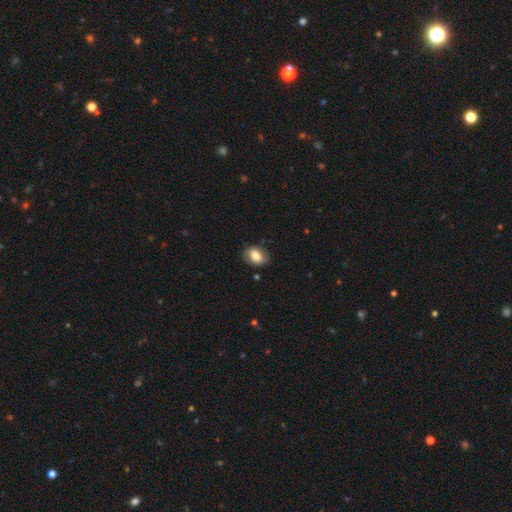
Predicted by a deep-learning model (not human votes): smooth-or-featured: smooth: 81% | featured or disk: 11% | star or artifact: 7%
  how-rounded: in between: 76% | round: 23% | cigar-shaped: 1%
  merging: none: 83% | minor disturbance: 13% | major disturbance: 3% | merger: 1%